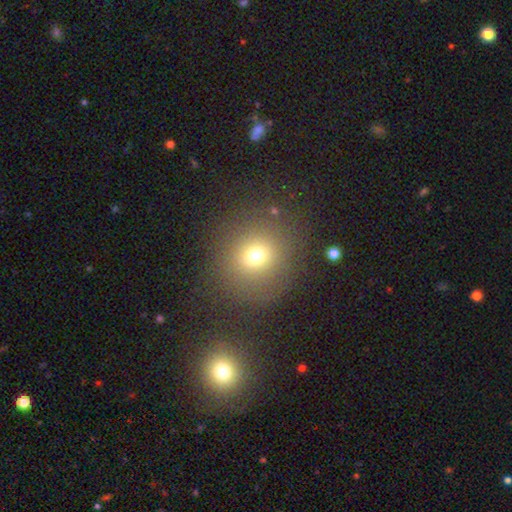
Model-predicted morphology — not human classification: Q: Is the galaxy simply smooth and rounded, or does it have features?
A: smooth — 70%.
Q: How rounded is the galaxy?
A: round — 85%.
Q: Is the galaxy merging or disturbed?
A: none — 82%.